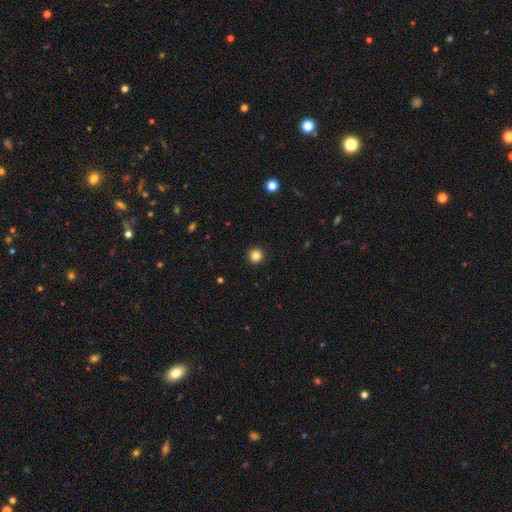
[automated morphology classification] smooth_or_featured: smooth (p=0.84) [alt: star or artifact p=0.12]
how_rounded: round (p=0.96) [alt: in between p=0.03]
merging: none (p=0.93) [alt: minor disturbance p=0.04]